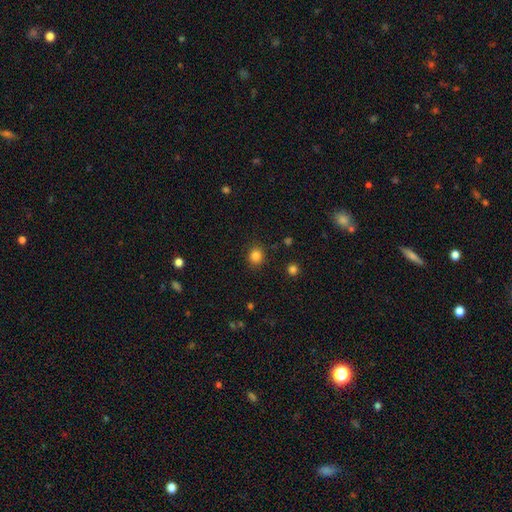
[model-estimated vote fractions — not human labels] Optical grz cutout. It shows a smooth galaxy with no disk features (84%) that is round (77%). Merging: none (88%).